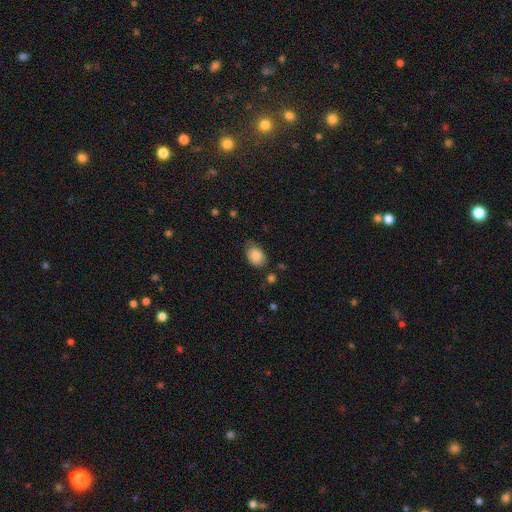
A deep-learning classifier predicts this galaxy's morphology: This is clearly a smooth galaxy (85%). How rounded: likely in between (76%). Merging: likely none (66%).